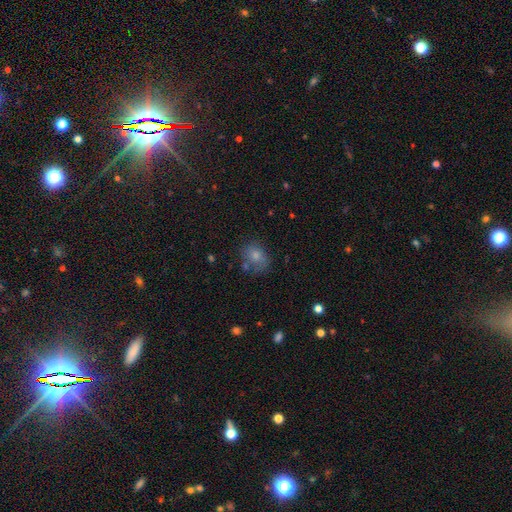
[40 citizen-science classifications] smooth 88%, featured or disk 10%, star or artifact 2%. Down the decision tree: how rounded — round (54%); merging — none (38%).